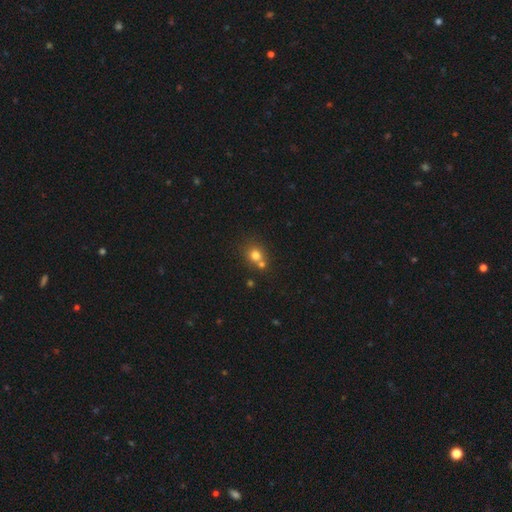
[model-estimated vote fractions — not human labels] This appears to be a smooth galaxy with no disk features (76%) that is round (80%). Merging: none (51%).